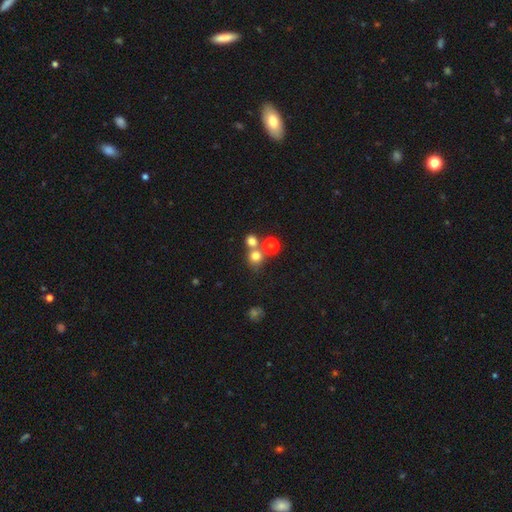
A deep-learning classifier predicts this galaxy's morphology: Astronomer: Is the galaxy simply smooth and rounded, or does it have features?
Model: smooth — 73%.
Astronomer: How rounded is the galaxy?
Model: round — 85%.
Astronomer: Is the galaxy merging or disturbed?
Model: none — 52% (runner-up: merger, 37%).